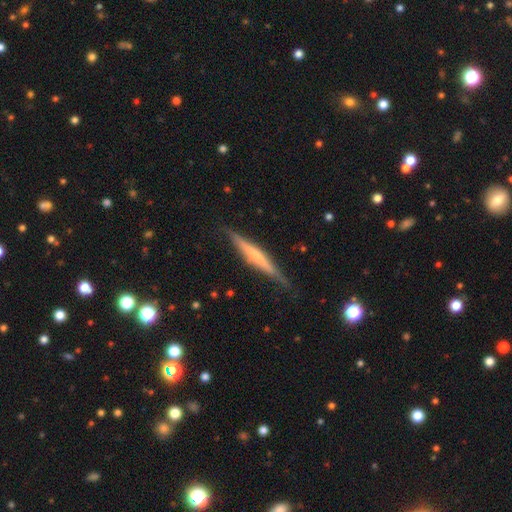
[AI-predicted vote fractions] A featured or disk galaxy (58%) viewed edge-on (97%) with no central bulge (56%). Merging: none (85%).